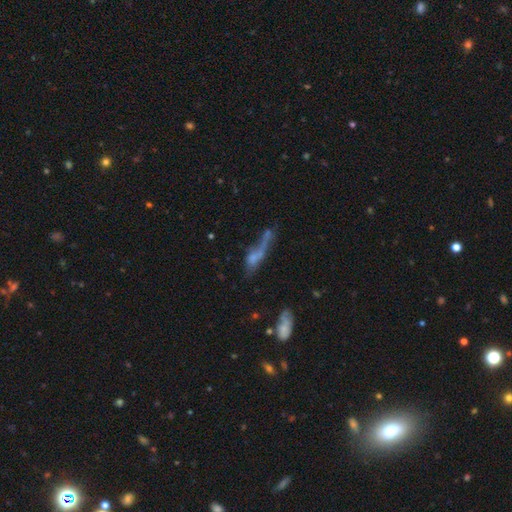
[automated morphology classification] A smooth galaxy with no disk features (44%). Merging: major disturbance (35%).